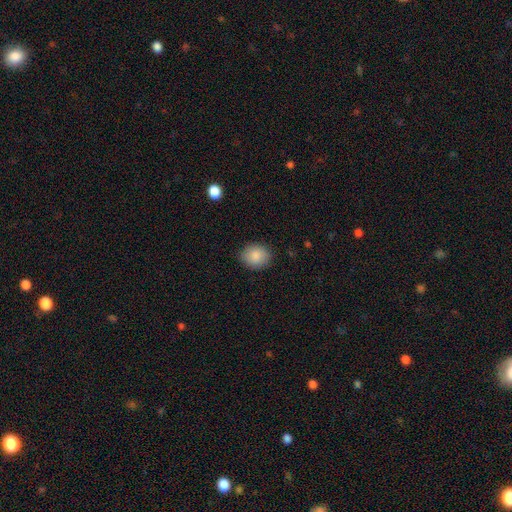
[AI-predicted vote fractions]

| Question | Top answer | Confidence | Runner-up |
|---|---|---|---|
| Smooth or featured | smooth | 88% | star or artifact (8%) |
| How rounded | round | 59% | in between (40%) |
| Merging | none | 87% | minor disturbance (10%) |